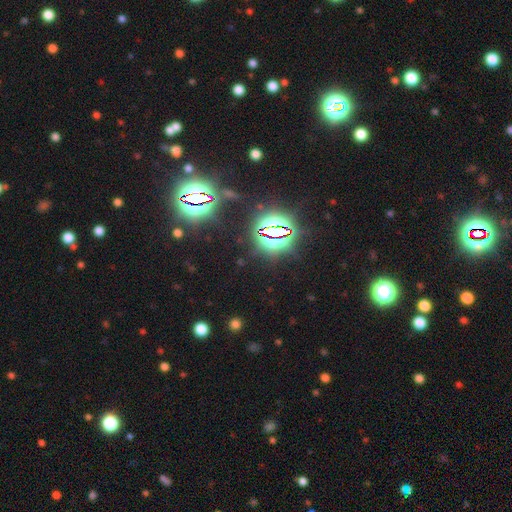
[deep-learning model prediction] Q: Smooth or featured?
A: star or artifact (81%); runner-up: smooth (11%)